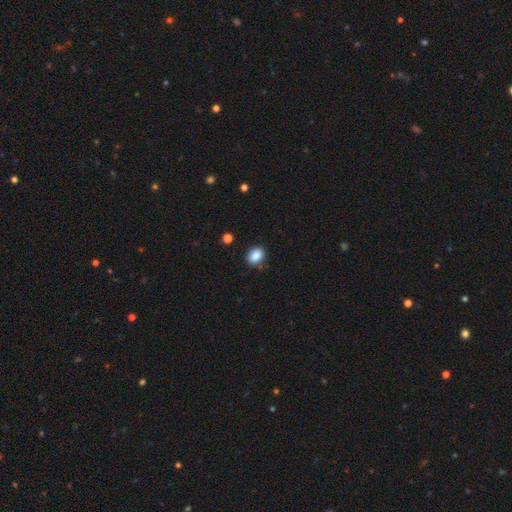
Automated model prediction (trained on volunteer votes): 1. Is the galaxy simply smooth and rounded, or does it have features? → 86% smooth, 9% star or artifact, 5% featured or disk.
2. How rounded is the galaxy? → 62% in between, 37% round, 1% cigar-shaped.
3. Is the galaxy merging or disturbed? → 87% none, 9% minor disturbance, 2% major disturbance, 2% merger.